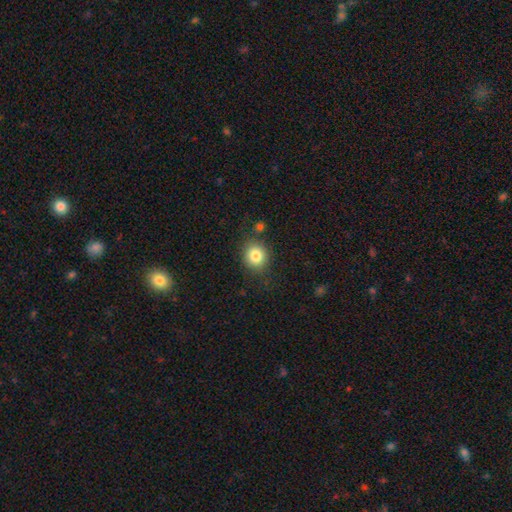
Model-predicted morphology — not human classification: The model was most divided on "how rounded": round: 81%, in between: 18%, cigar-shaped: 1%. More confident: smooth or featured — smooth (83%); merging — none (82%).